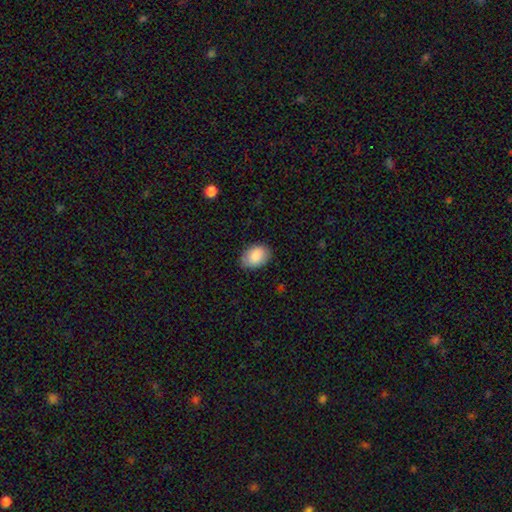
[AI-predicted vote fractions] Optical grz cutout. It shows a smooth galaxy with no disk features (88%) that is in between round and cigar-shaped (83%). Merging: none (82%).